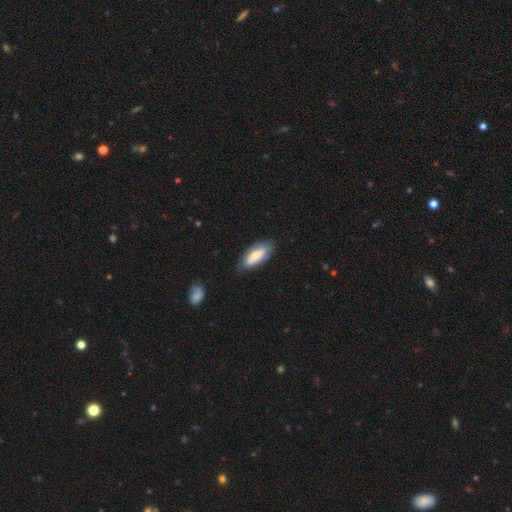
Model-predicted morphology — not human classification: A smooth galaxy with no disk features (64%) that is in between round and cigar-shaped (80%). Merging: none (75%).